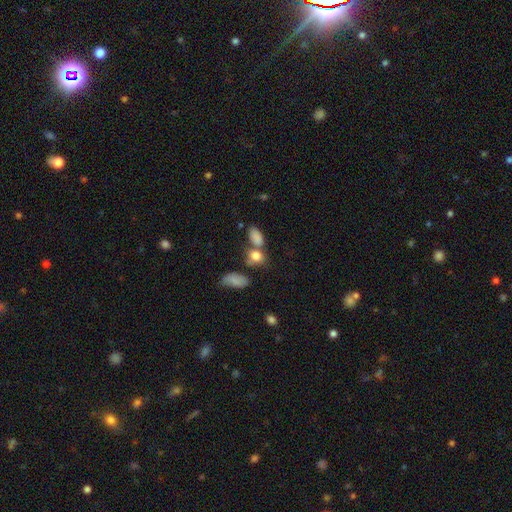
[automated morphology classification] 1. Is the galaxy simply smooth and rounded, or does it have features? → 81% smooth, 10% star or artifact, 9% featured or disk.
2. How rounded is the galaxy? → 69% in between, 28% round, 3% cigar-shaped.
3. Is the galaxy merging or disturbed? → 46% none, 33% merger, 14% minor disturbance, 7% major disturbance.